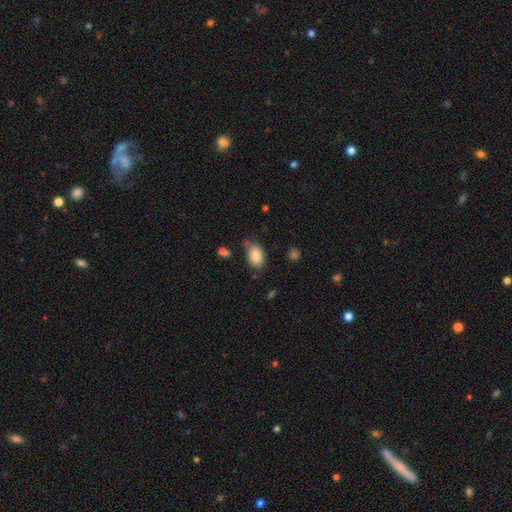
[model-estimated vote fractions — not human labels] A smooth galaxy with no disk features (86%) that is in between round and cigar-shaped (91%). Merging: none (73%).